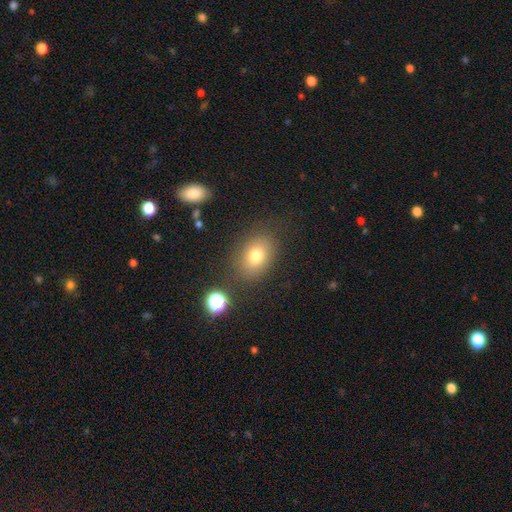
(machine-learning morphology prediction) Smooth or featured? smooth (77%)
How rounded? in between (65%)
Merging? none (81%)